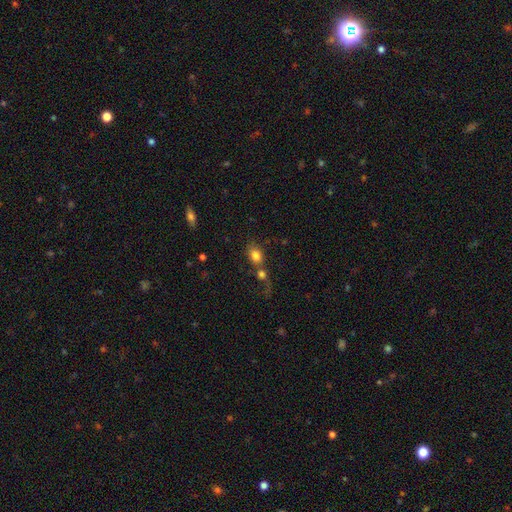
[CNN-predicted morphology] A smooth galaxy with no disk features (81%) that is in between round and cigar-shaped (60%).

Vote fractions:
- Smooth or featured? smooth: 81% / star or artifact: 10% / featured or disk: 9%
- How rounded? in between: 60% / round: 38% / cigar-shaped: 2%
- Merging? merger: 41% / none: 39% / minor disturbance: 10% / major disturbance: 9%